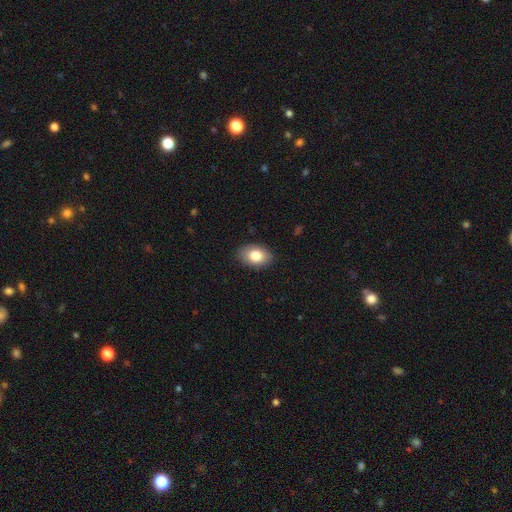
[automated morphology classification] type=smooth (81%); roundness=in between (86%); merging=none (86%).